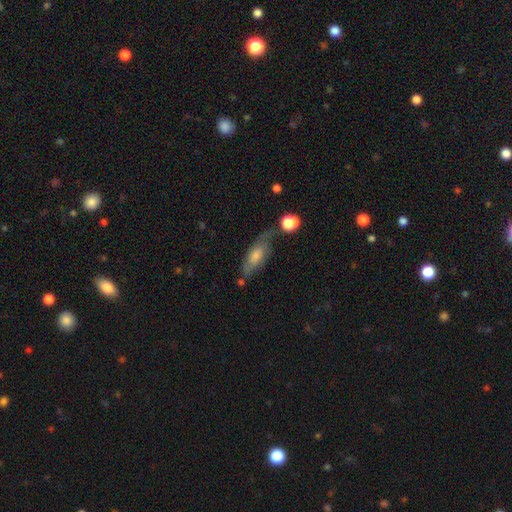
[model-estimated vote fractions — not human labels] This is possibly a featured or disk galaxy (46%). Merging: possibly none (51%).